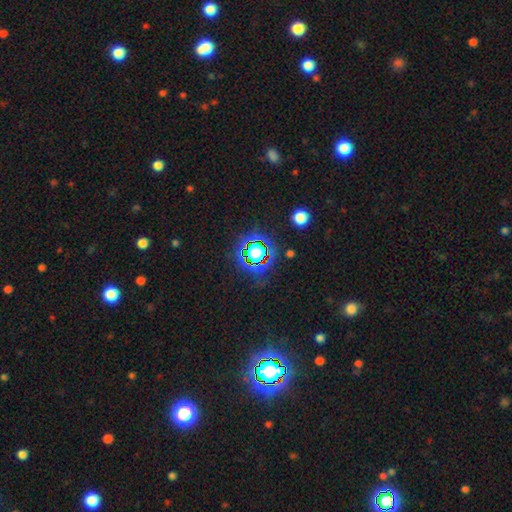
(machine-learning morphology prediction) smooth-or-featured: star or artifact: 80% | smooth: 12% | featured or disk: 8%